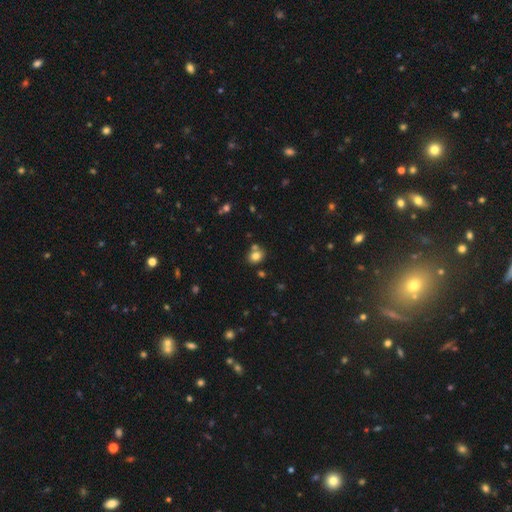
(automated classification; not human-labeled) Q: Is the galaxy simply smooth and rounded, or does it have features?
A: smooth — 80%.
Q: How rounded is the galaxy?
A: round — 56%.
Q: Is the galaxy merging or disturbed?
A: none — 66%.